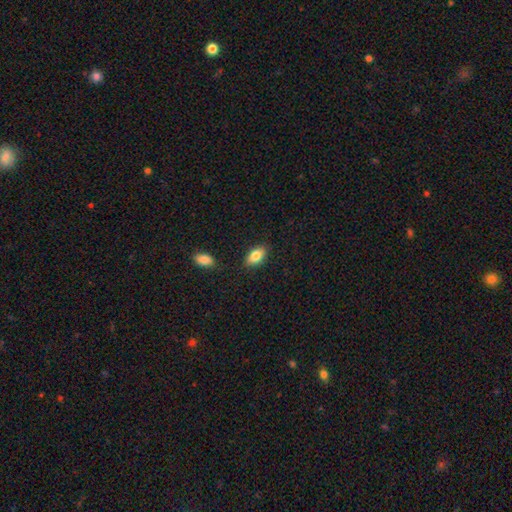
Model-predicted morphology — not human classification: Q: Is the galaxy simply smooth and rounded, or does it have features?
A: smooth — 83%.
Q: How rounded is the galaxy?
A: in between — 91%.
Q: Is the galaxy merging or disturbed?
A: none — 86%.